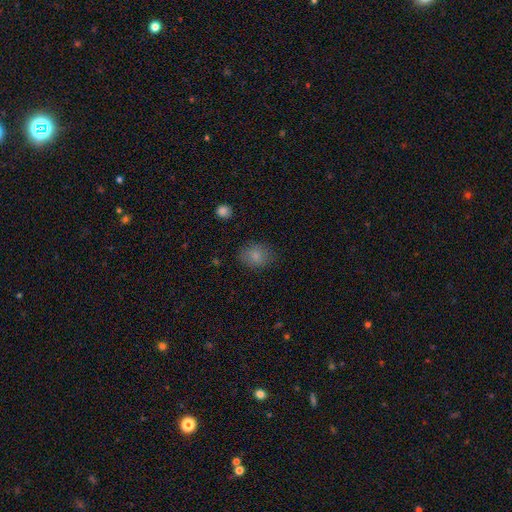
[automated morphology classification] This appears to be a smooth galaxy with no disk features (83%) that is in between round and cigar-shaped (52%). Merging: none (81%).